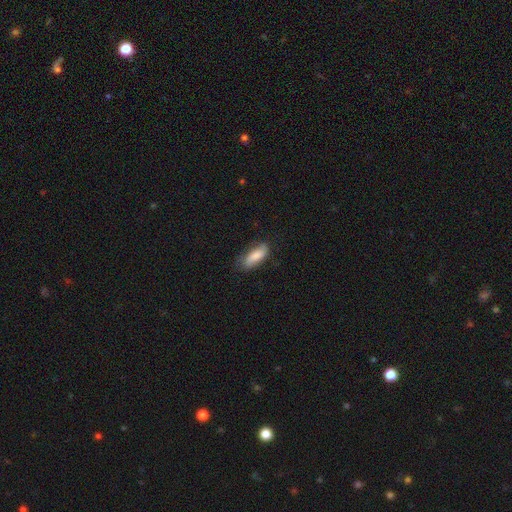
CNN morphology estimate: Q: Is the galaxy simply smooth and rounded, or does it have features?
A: smooth — 80%.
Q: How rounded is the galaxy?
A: in between — 72%.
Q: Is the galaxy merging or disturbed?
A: none — 64%.